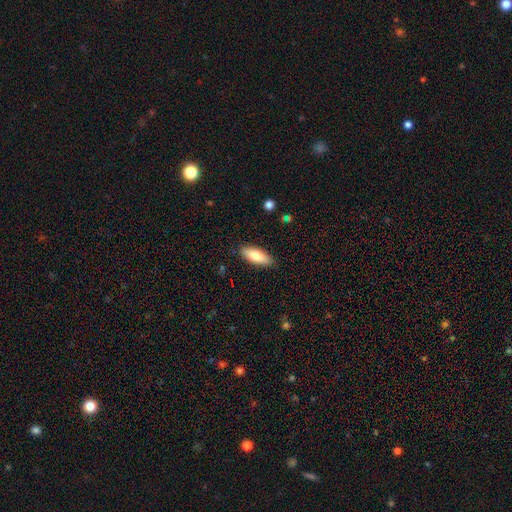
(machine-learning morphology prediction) Q: Smooth or featured?
A: smooth (80%); runner-up: featured or disk (14%)
Q: How rounded?
A: in between (68%); runner-up: cigar-shaped (30%)
Q: Merging?
A: none (87%); runner-up: minor disturbance (9%)